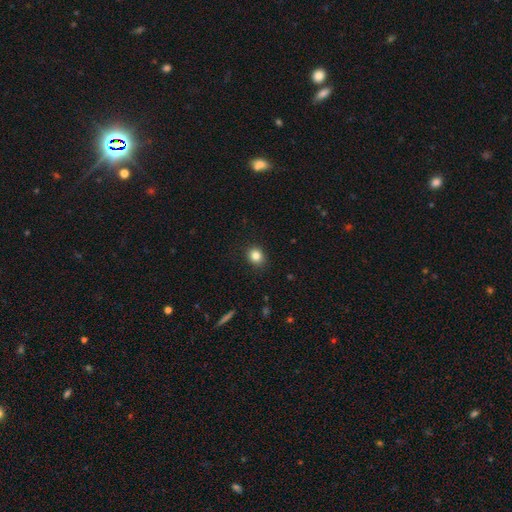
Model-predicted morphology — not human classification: This appears to be a smooth galaxy with no disk features (84%) that is round (75%). Merging: none (89%).